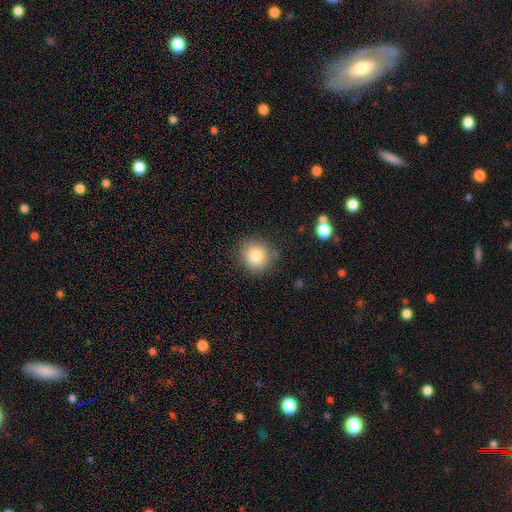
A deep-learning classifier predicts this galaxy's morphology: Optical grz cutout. It shows a smooth galaxy with no disk features (83%) that is round (86%). Merging: none (82%).